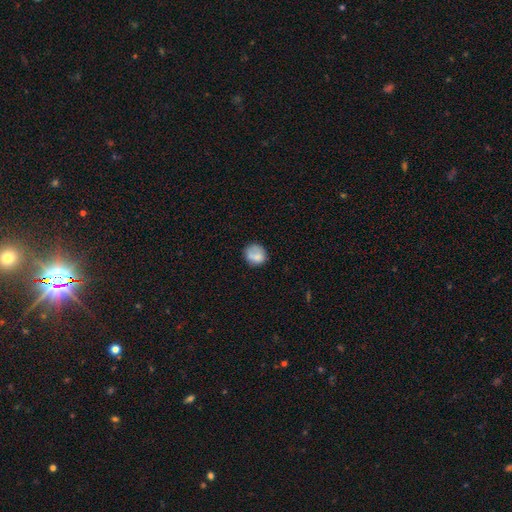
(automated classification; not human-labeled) Q: Smooth or featured?
A: smooth (75%); runner-up: featured or disk (17%)
Q: How rounded?
A: round (78%); runner-up: in between (21%)
Q: Merging?
A: none (60%); runner-up: minor disturbance (22%)